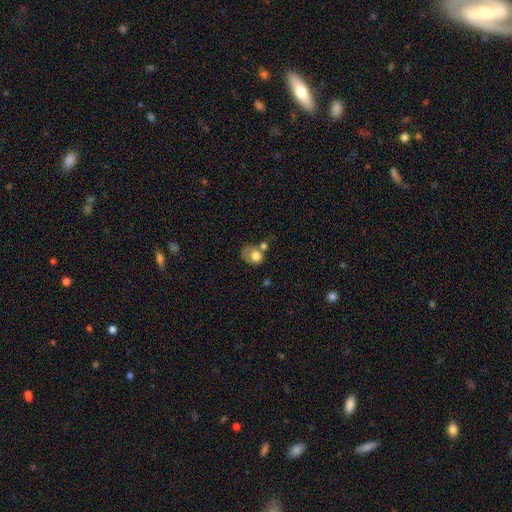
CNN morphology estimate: Q: Smooth or featured?
A: smooth (70%); runner-up: featured or disk (21%)
Q: How rounded?
A: round (58%); runner-up: in between (41%)
Q: Merging?
A: merger (35%); runner-up: none (28%)